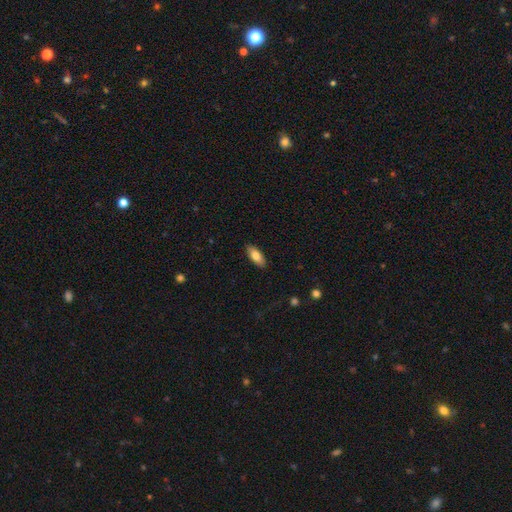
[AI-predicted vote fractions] This is clearly a smooth galaxy (80%). How rounded: clearly in between (82%). Merging: clearly none (88%).